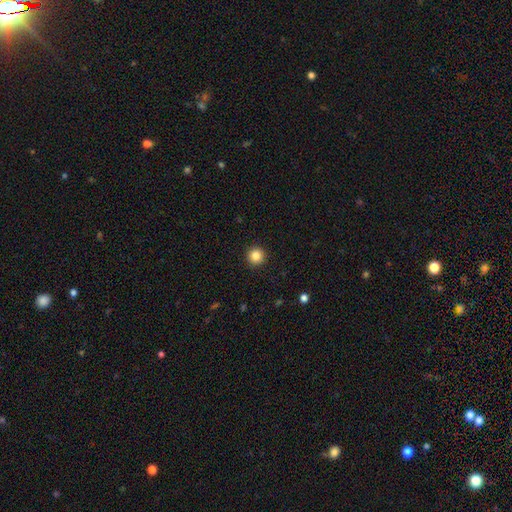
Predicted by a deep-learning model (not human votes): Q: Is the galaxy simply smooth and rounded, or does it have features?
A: smooth — 85%.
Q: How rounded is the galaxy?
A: round — 96%.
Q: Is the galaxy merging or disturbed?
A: none — 93%.